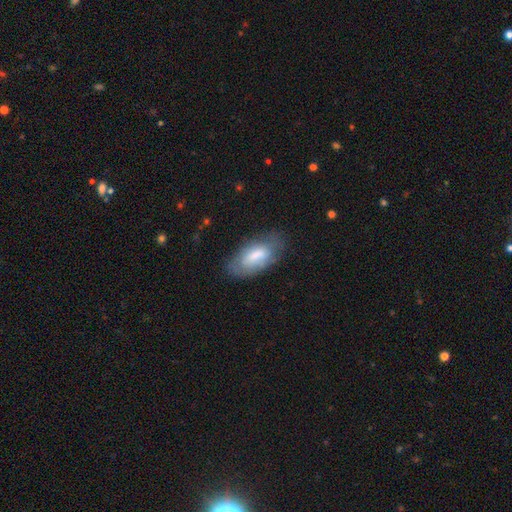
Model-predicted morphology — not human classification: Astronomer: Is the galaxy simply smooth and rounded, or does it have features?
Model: smooth — 69%.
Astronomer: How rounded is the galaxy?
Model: in between — 90%.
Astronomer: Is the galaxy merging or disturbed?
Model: none — 68%.